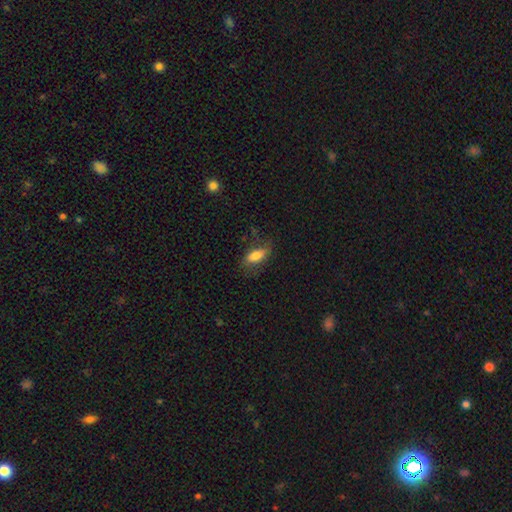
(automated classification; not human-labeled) Smooth or featured?
  - smooth: 74% *
  - featured or disk: 18%
  - star or artifact: 8%
How rounded?
  - in between: 77% *
  - cigar-shaped: 19%
  - round: 4%
Merging?
  - none: 63% *
  - minor disturbance: 25%
  - major disturbance: 10%
  - merger: 2%